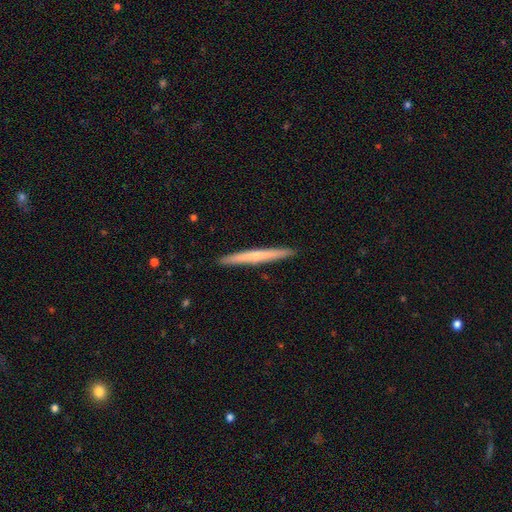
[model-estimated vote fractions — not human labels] This appears to be a smooth galaxy with no disk features (47%, tied with featured or disk). Merging: none (93%).